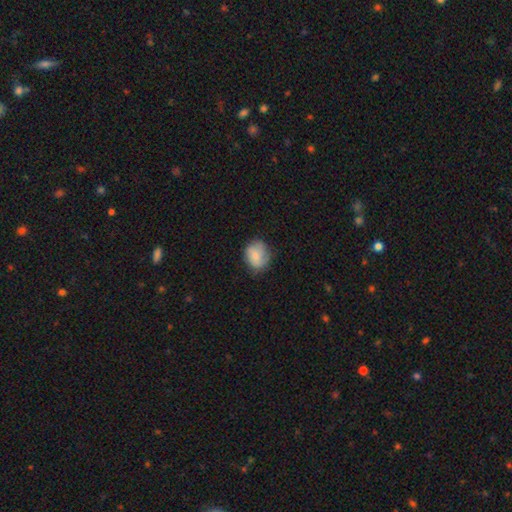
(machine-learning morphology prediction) This is likely a smooth galaxy (76%). How rounded: likely round (60%). Merging: likely none (68%).